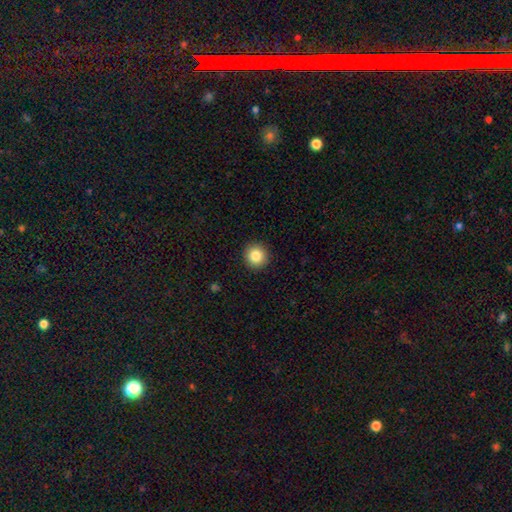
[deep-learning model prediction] This is clearly a smooth galaxy (84%). How rounded: clearly round (94%). Merging: clearly none (92%).